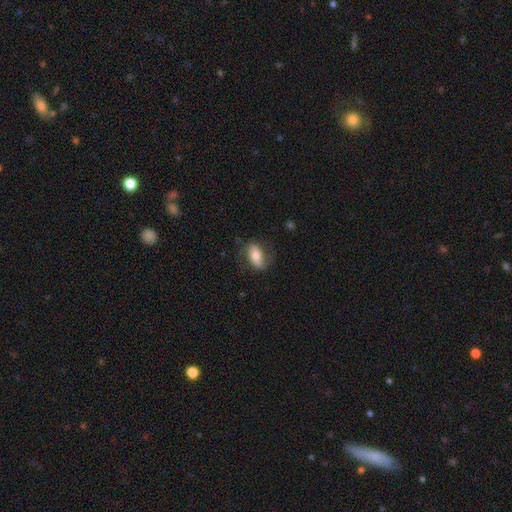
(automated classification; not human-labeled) Q: Smooth or featured?
A: smooth (47%); runner-up: featured or disk (46%)
Q: Merging?
A: none (71%); runner-up: minor disturbance (19%)